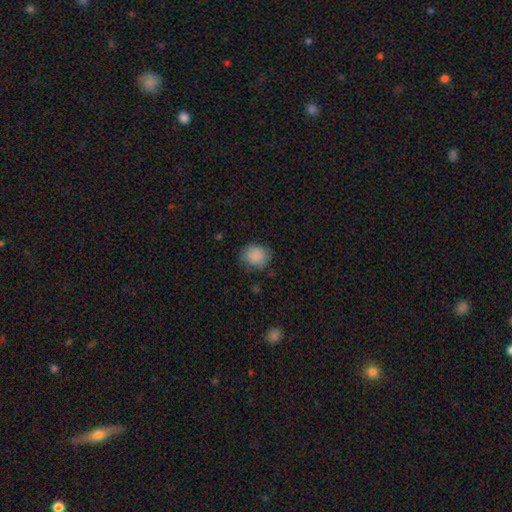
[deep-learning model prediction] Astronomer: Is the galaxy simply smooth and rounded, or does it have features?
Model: smooth — 87%.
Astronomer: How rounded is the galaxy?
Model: round — 77%.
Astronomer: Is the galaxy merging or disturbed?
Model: none — 76%.